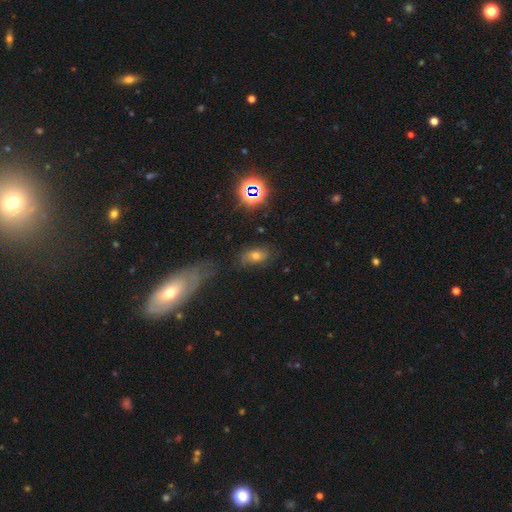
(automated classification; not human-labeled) A smooth galaxy with no disk features (55%) that is in between round and cigar-shaped (85%).

Vote fractions:
- Smooth or featured? smooth: 55% / featured or disk: 23% / star or artifact: 22%
- How rounded? in between: 85% / round: 11% / cigar-shaped: 4%
- Merging? none: 63% / minor disturbance: 22% / major disturbance: 11% / merger: 4%